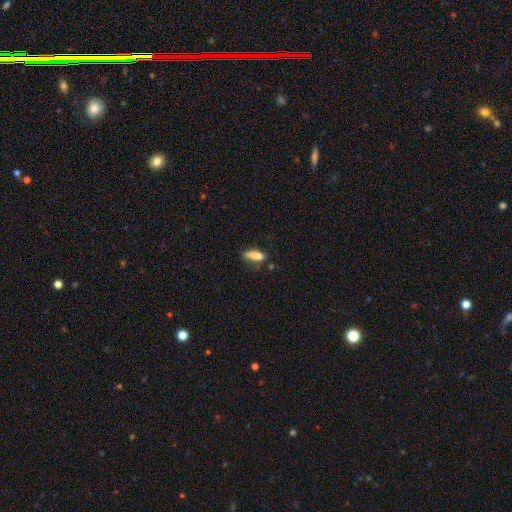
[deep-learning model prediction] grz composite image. It shows a smooth galaxy with no disk features (83%) that is in between round and cigar-shaped (57%). Merging: none (56%).